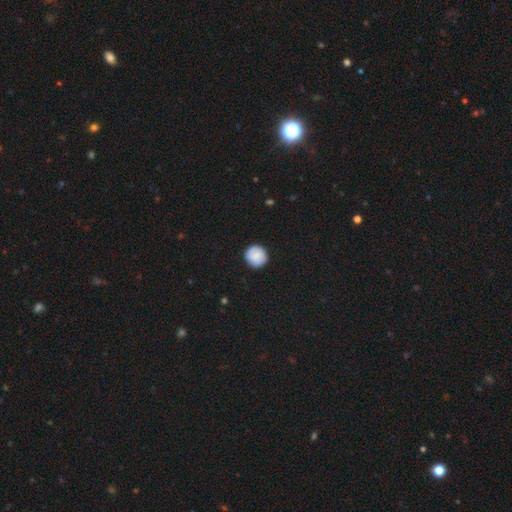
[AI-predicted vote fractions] smooth-or-featured: smooth: 85% | featured or disk: 8% | star or artifact: 7%
  how-rounded: round: 93% | in between: 6% | cigar-shaped: 1%
  merging: none: 89% | minor disturbance: 8% | major disturbance: 2% | merger: 1%